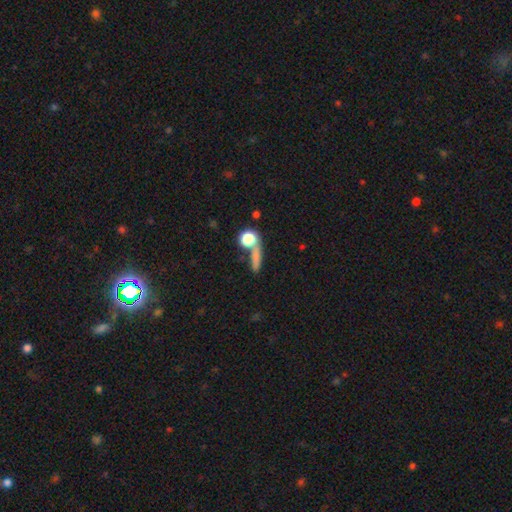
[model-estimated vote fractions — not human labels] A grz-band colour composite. It shows a smooth galaxy with no disk features (70%) that is cigar-shaped (42%). Merging: none (51%).